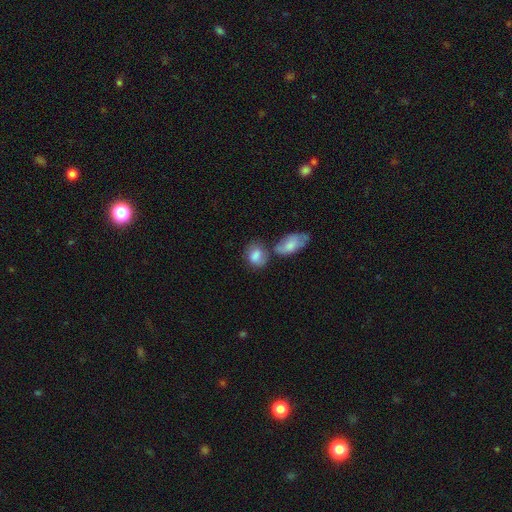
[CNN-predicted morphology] Smooth or featured: smooth — 79% (featured or disk — 13%)
How rounded: in between — 66% (round — 32%)
Merging: none — 43% (merger — 29%)